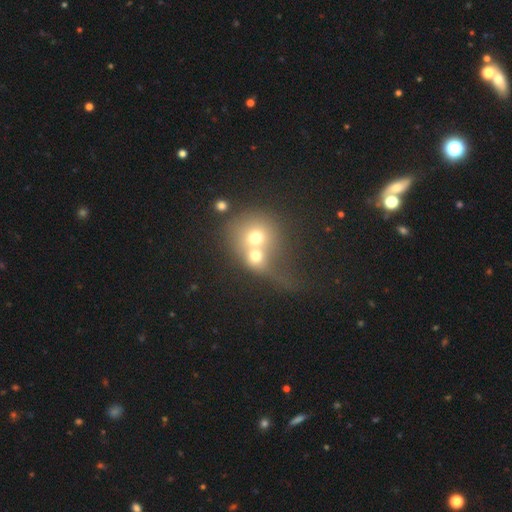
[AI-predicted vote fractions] This appears to be a smooth galaxy with no disk features (61%) that is round (78%). Merging: merger (72%).